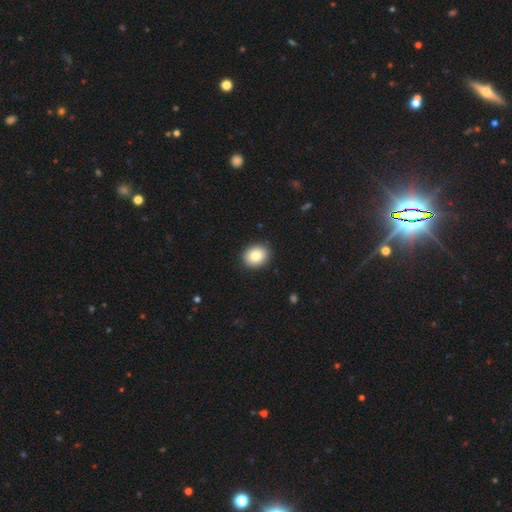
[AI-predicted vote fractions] Morphology: type=smooth (83%); roundness=round (59%); merging=none (91%).